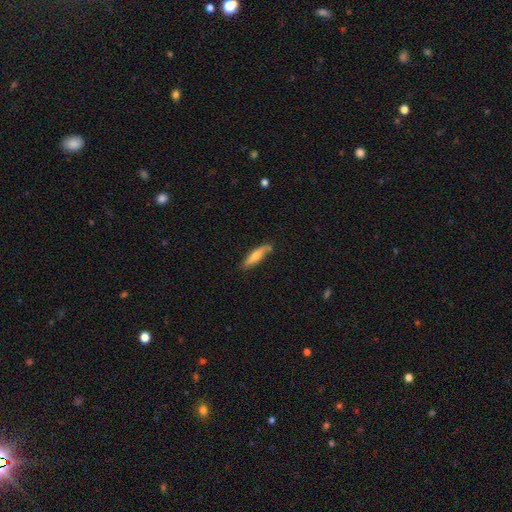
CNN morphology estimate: Smooth or featured?
  - smooth: 62% *
  - featured or disk: 32%
  - star or artifact: 6%
How rounded?
  - cigar-shaped: 80% *
  - in between: 19%
  - round: 2%
Merging?
  - none: 76% *
  - minor disturbance: 18%
  - merger: 3%
  - major disturbance: 3%